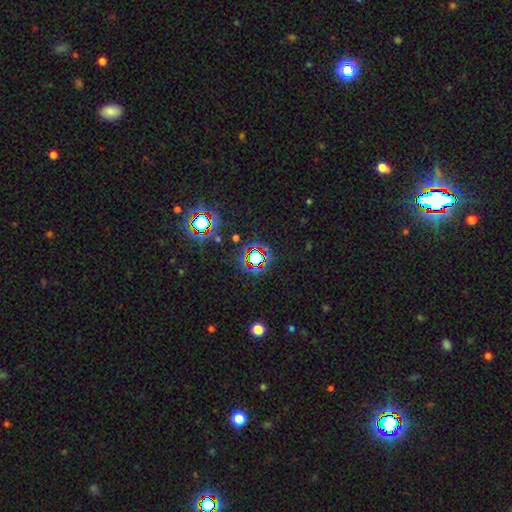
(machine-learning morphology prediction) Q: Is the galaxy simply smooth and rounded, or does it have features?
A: star or artifact — 68%.